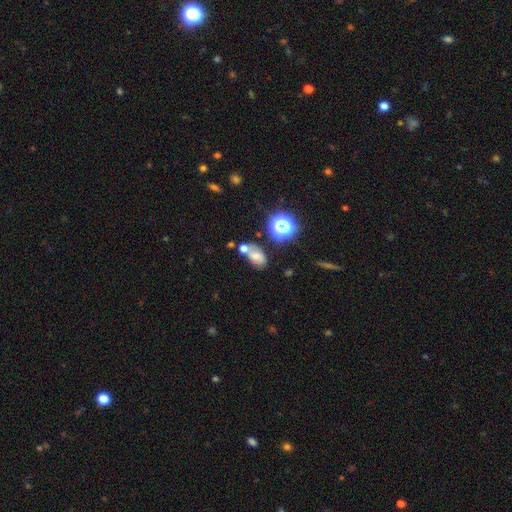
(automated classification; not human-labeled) Smooth or featured? smooth (54%)
How rounded? in between (79%)
Merging? none (45%)